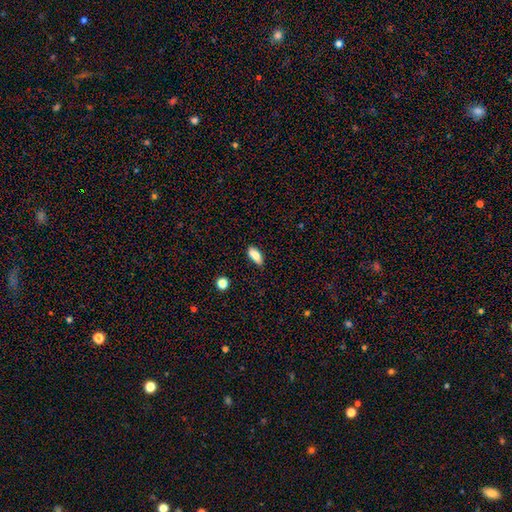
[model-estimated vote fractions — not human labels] Smooth or featured? smooth (82%)
How rounded? in between (80%)
Merging? none (81%)